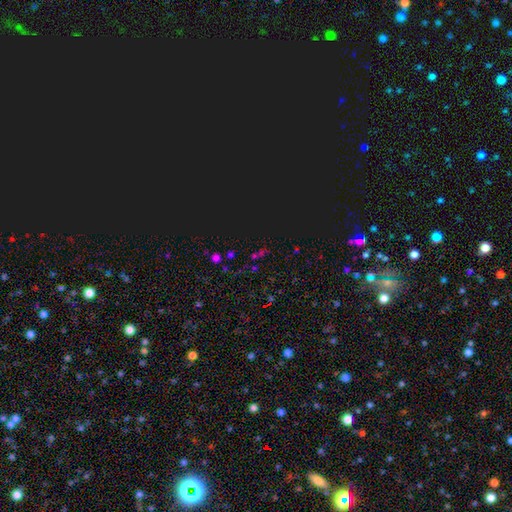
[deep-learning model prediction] A star or artifact, not a galaxy (64%).

Vote fractions:
- Smooth or featured? star or artifact: 64% / smooth: 27% / featured or disk: 9%